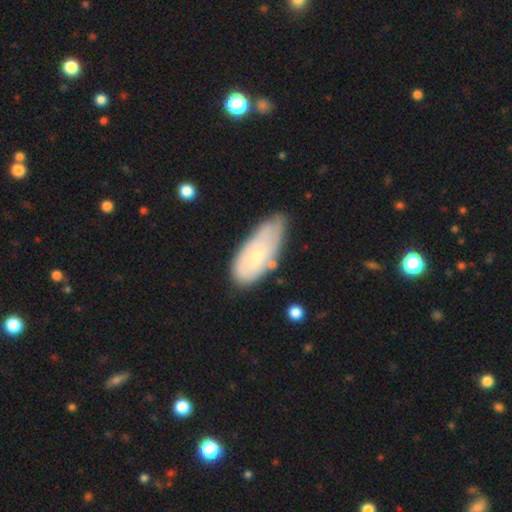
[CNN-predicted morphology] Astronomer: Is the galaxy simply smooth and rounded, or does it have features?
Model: smooth — 53% (runner-up: featured or disk, 40%).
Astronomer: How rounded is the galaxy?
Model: in between — 82%.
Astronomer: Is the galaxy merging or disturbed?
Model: none — 52% (runner-up: minor disturbance, 34%).